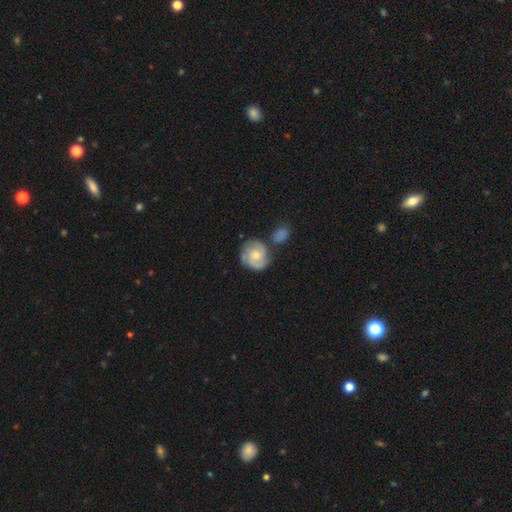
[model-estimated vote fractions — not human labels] Smooth or featured: featured or disk — 67% (smooth — 27%)
Edge-on disk: no — 98% (yes — 2%)
Bar: no — 75% (weak — 22%)
Spiral arms: yes — 91% (no — 9%)
Spiral winding: tight — 54% (medium — 36%)
Spiral arm count: 2 — 40% (3 — 29%)
Bulge size: moderate — 52% (small — 42%)
Merging: none — 53% (merger — 20%)